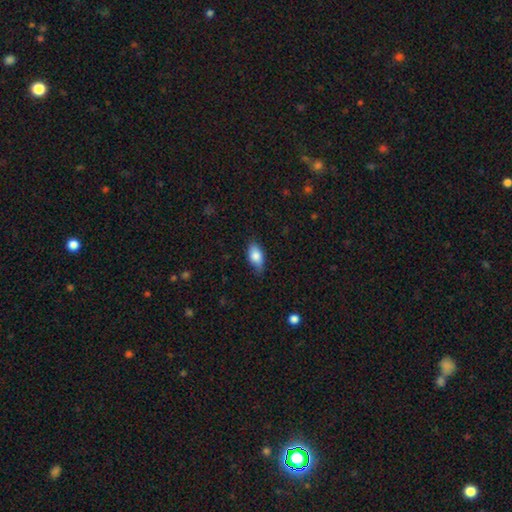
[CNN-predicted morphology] type=smooth (81%); roundness=in between (89%); merging=none (74%).